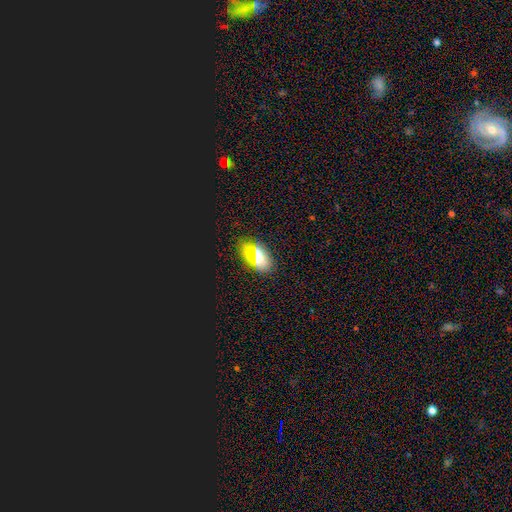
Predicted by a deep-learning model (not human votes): smooth 66%, star or artifact 19%, featured or disk 16%. Down the decision tree: how rounded — in between (85%); merging — none (86%).